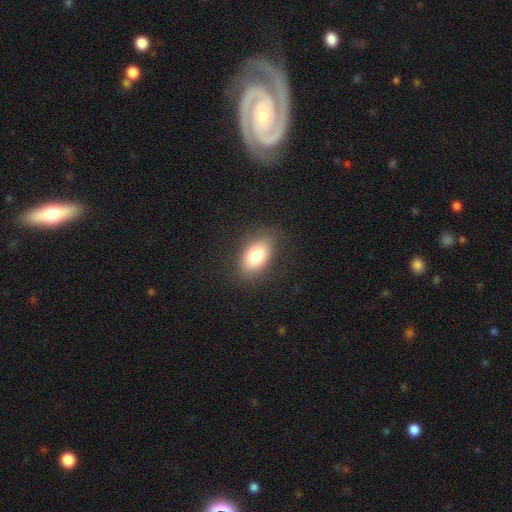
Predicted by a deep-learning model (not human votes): smooth 80%, featured or disk 12%, star or artifact 8%. Down the decision tree: how rounded — in between (90%); merging — none (83%).